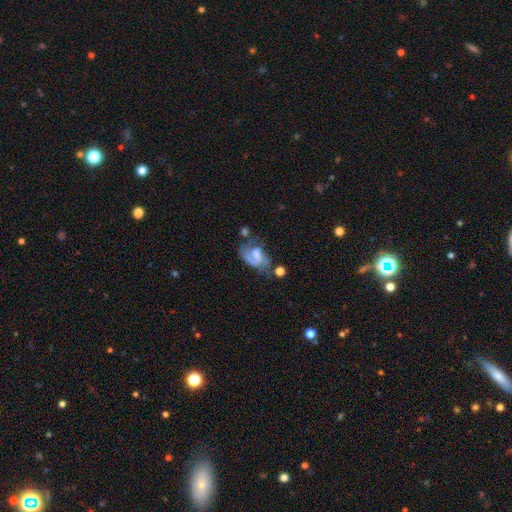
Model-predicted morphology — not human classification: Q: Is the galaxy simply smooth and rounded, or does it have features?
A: featured or disk — 64%.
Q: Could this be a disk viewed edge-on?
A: no — 97%.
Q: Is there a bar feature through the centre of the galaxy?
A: weak — 44%.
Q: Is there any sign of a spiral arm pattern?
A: yes — 77%.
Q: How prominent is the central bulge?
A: moderate — 31%.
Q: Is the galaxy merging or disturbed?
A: none — 33%.